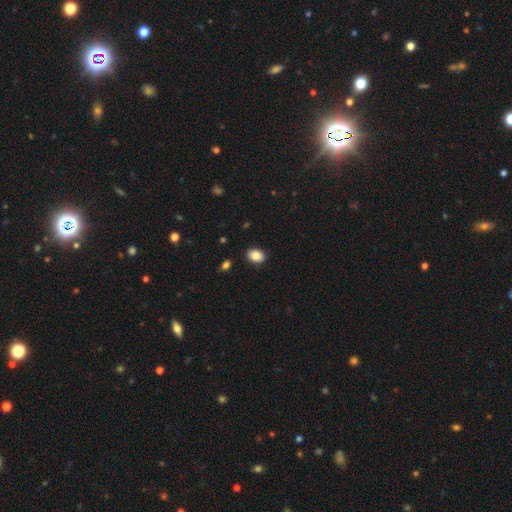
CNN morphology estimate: Smooth or featured? smooth (87%)
How rounded? in between (64%)
Merging? none (89%)